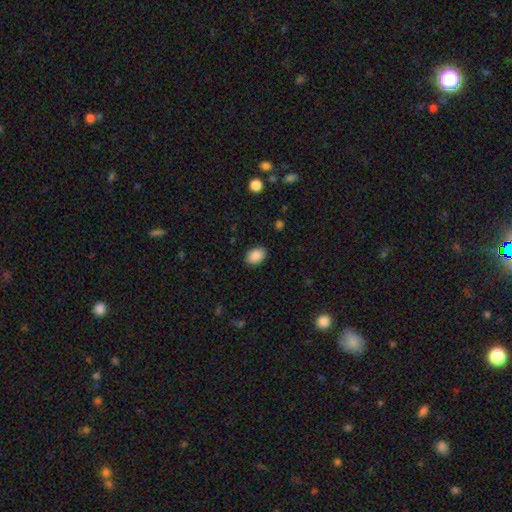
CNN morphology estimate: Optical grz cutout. It shows a smooth galaxy with no disk features (89%) that is in between round and cigar-shaped (82%). Merging: none (88%).